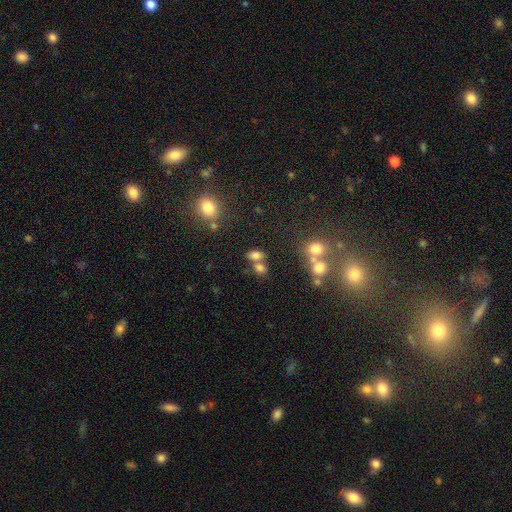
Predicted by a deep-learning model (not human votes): smooth-or-featured: smooth: 74% | star or artifact: 15% | featured or disk: 11%
  how-rounded: in between: 79% | round: 18% | cigar-shaped: 4%
  merging: none: 47% | merger: 36% | minor disturbance: 12% | major disturbance: 6%